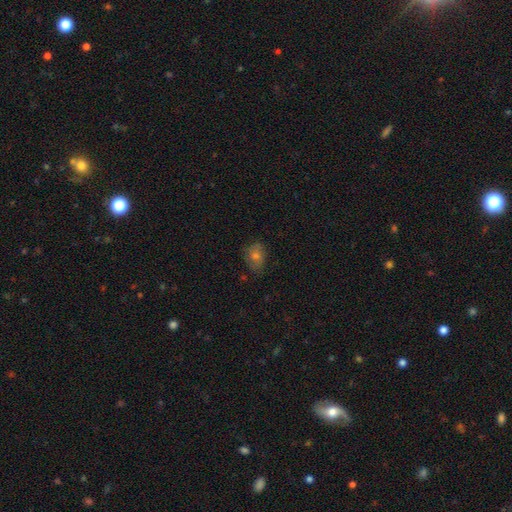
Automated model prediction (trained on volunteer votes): Overall: smooth (56%; featured or disk 25%). How rounded: in between (66%; round 33%). Merging: none (72%).